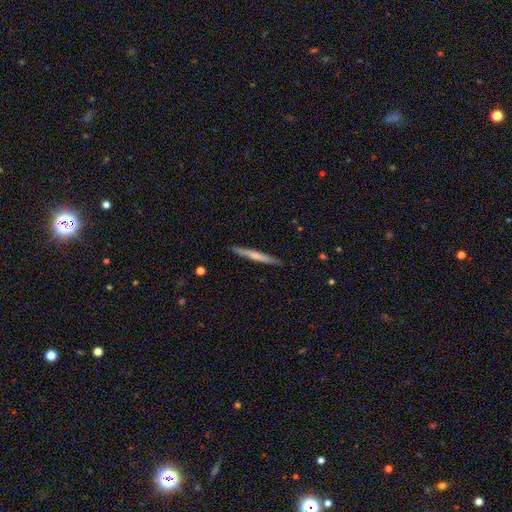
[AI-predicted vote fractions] Smooth or featured? smooth (53%)
How rounded? cigar-shaped (96%)
Merging? none (90%)